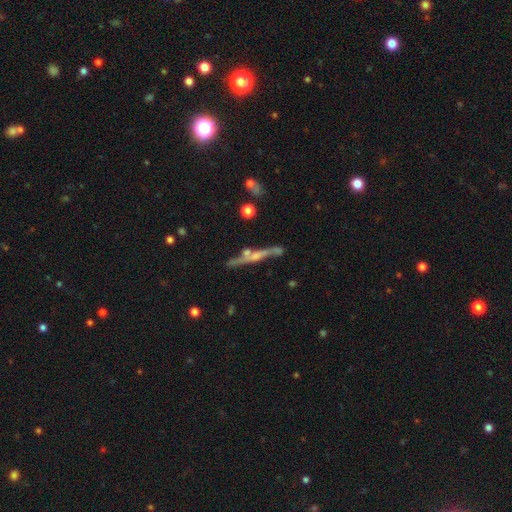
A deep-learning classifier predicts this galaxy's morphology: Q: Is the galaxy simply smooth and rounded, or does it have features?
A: featured or disk — 69%.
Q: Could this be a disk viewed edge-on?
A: yes — 90%.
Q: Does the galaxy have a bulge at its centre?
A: rounded — 53%.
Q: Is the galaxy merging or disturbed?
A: none — 69%.